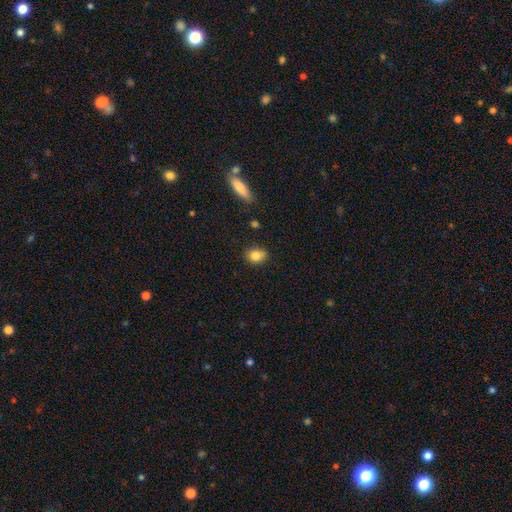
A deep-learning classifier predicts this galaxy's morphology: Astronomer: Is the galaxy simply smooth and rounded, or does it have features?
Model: smooth — 81%.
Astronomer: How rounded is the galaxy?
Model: round — 54% (runner-up: in between, 44%).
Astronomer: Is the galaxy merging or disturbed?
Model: none — 64%.